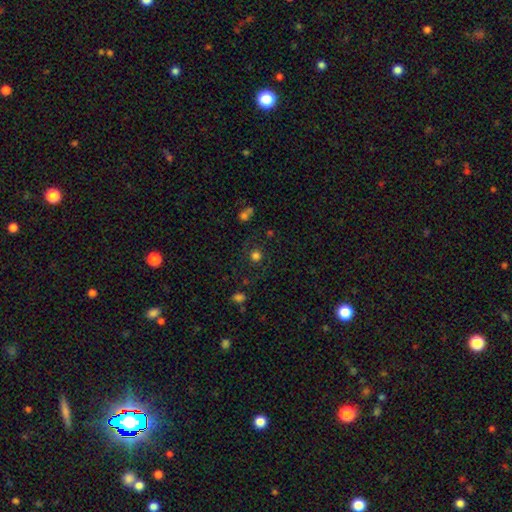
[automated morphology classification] smooth-or-featured: smooth: 74% | star or artifact: 20% | featured or disk: 7%
  how-rounded: round: 91% | in between: 8% | cigar-shaped: 1%
  merging: none: 82% | minor disturbance: 10% | major disturbance: 5% | merger: 3%